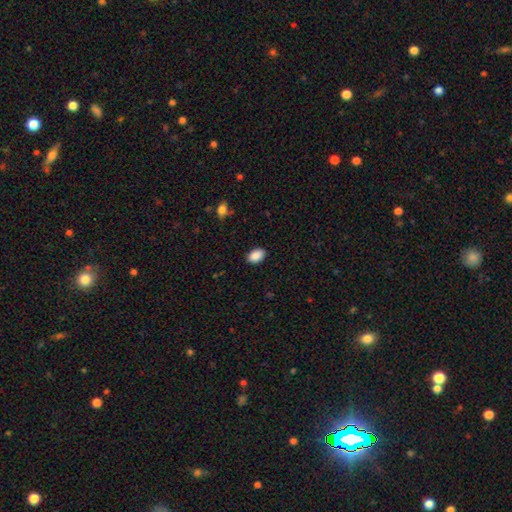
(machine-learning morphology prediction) This appears to be a smooth galaxy with no disk features (90%) that is in between round and cigar-shaped (87%). Merging: none (88%).